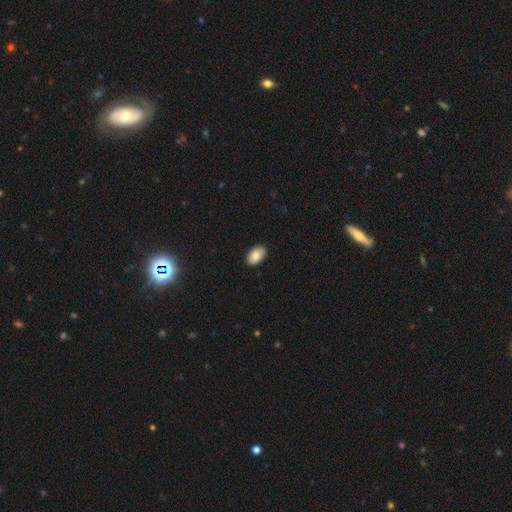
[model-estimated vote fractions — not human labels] A smooth galaxy with no disk features (84%) that is in between round and cigar-shaped (93%). Merging: none (88%).